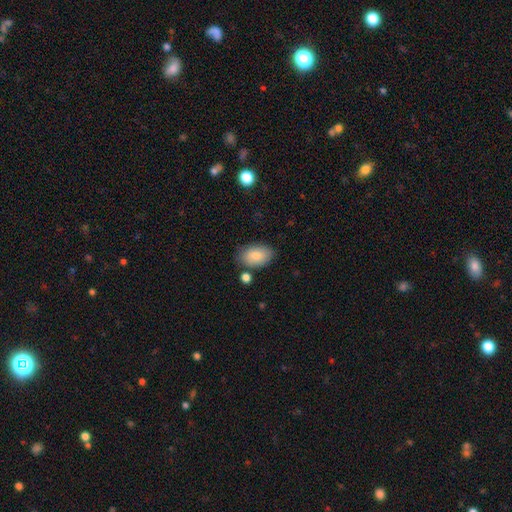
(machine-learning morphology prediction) Q: Smooth or featured?
A: smooth (83%); runner-up: featured or disk (11%)
Q: How rounded?
A: in between (89%); runner-up: round (10%)
Q: Merging?
A: none (76%); runner-up: minor disturbance (15%)